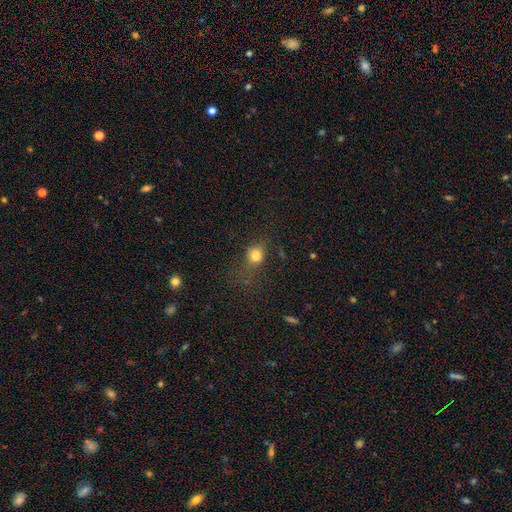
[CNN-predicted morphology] smooth 77%, star or artifact 15%, featured or disk 8%. Down the decision tree: how rounded — round (68%); merging — none (63%).